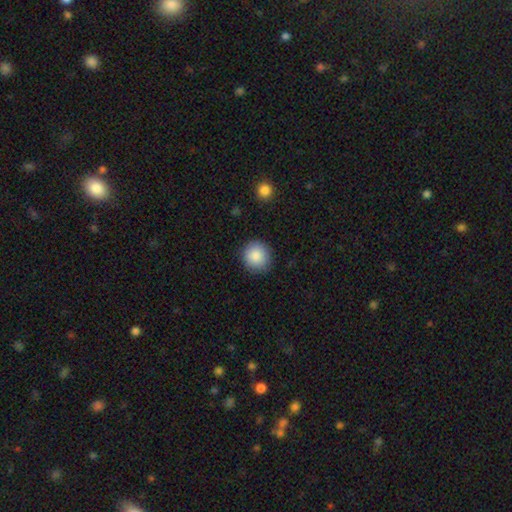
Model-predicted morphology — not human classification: The model was most divided on "smooth or featured": smooth: 88%, star or artifact: 8%, featured or disk: 5%. More confident: how rounded — round (92%); merging — none (90%).